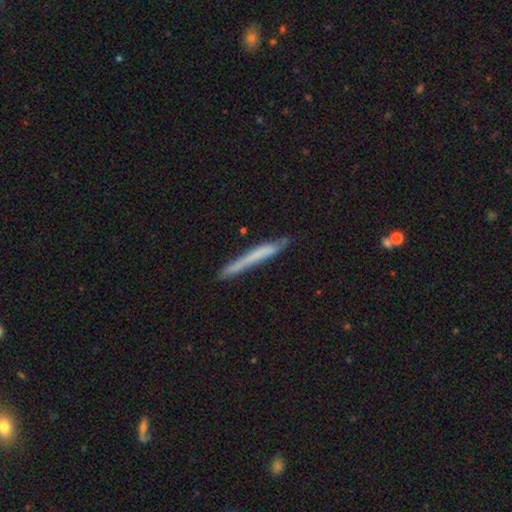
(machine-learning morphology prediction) The model was most divided on "smooth or featured": smooth: 56%, featured or disk: 38%, star or artifact: 7%. More confident: how rounded — cigar-shaped (97%); merging — none (74%).